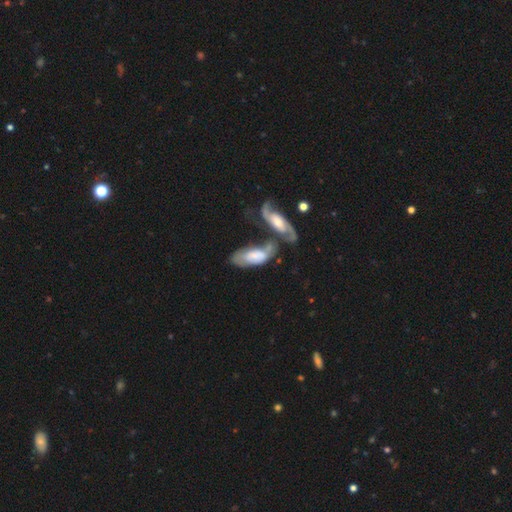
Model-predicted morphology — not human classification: Smooth or featured? smooth (49%)
Merging? merger (51%)